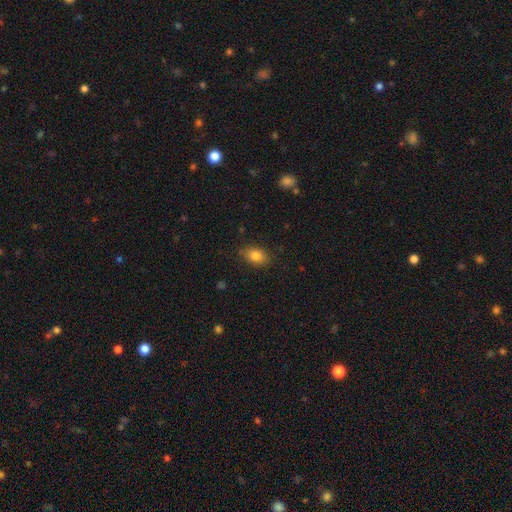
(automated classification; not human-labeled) Q: Smooth or featured?
A: smooth (83%); runner-up: star or artifact (9%)
Q: How rounded?
A: in between (80%); runner-up: round (18%)
Q: Merging?
A: none (85%); runner-up: minor disturbance (12%)